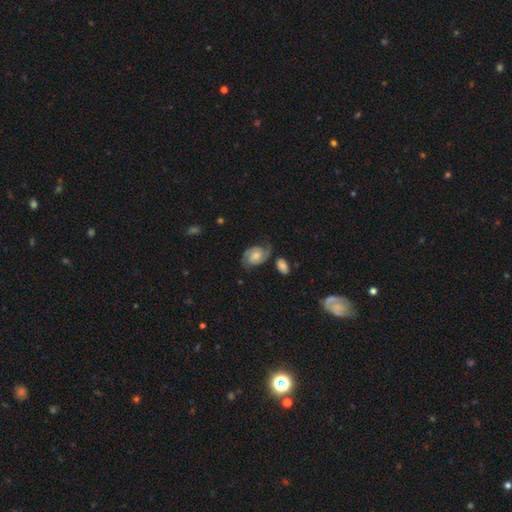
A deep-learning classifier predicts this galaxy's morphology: Smooth or featured: featured or disk — 74% (smooth — 19%)
Edge-on disk: no — 97% (yes — 3%)
Bar: no — 58% (weak — 35%)
Spiral arms: yes — 95% (no — 5%)
Spiral winding: medium — 46% (tight — 37%)
Spiral arm count: 2 — 88% (can't tell — 5%)
Bulge size: moderate — 43% (small — 29%)
Merging: none — 67% (minor disturbance — 19%)